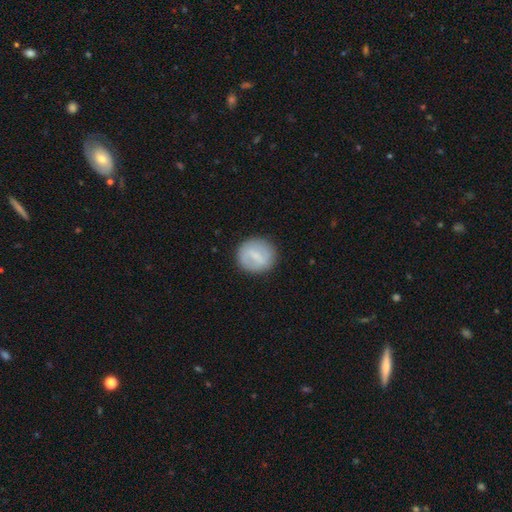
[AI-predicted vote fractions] The model was most divided on "smooth or featured": smooth: 58%, featured or disk: 35%, star or artifact: 6%. More confident: merging — none (86%); how rounded — round (86%).